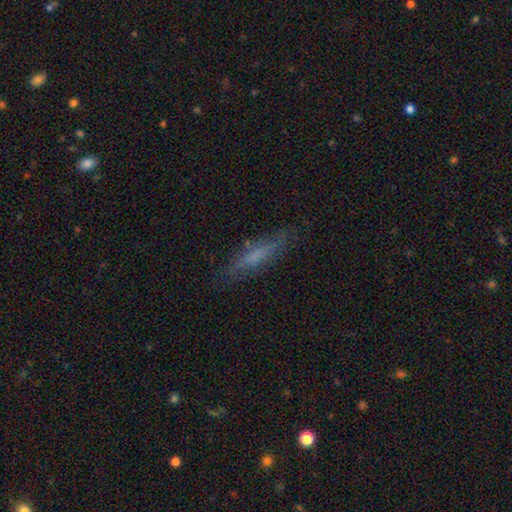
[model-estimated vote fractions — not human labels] This is possibly a smooth galaxy (57%). How rounded: clearly cigar-shaped (83%). Merging: likely none (79%).